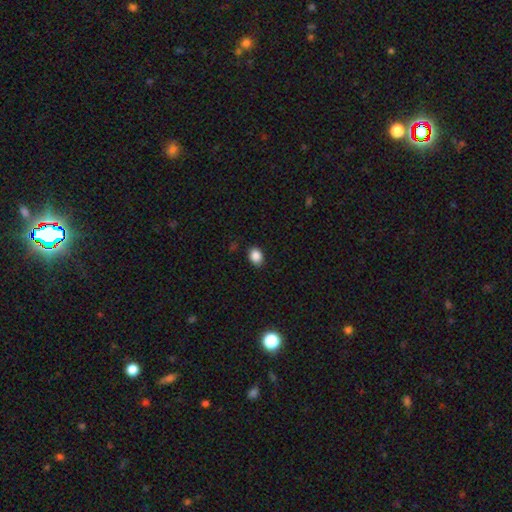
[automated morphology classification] Smooth or featured? Predicted: smooth (p=0.87). How rounded? Predicted: in between (p=0.63). Merging? Predicted: none (p=0.88).